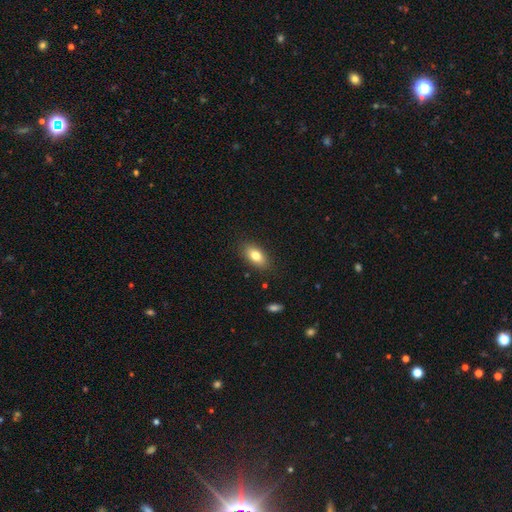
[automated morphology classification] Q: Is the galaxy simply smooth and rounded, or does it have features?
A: smooth — 79%.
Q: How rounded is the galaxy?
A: in between — 88%.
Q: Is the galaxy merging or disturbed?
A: none — 87%.